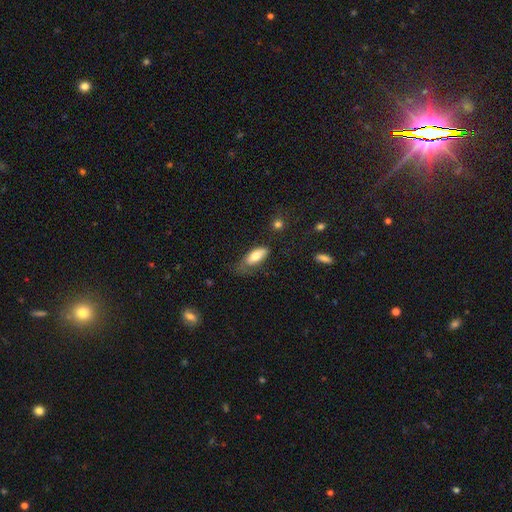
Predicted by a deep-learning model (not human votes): This appears to be a smooth galaxy with no disk features (76%) that is in between round and cigar-shaped (83%). Merging: none (41%).